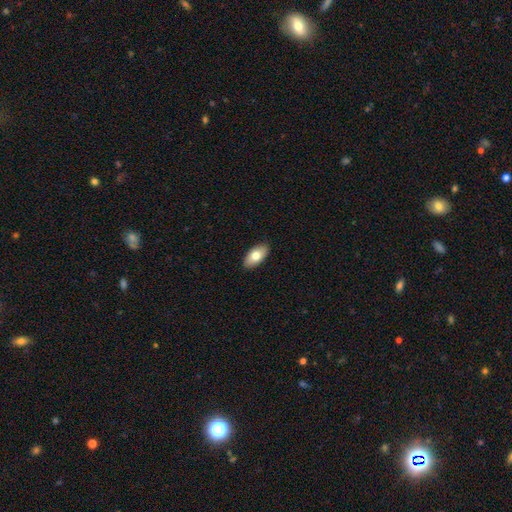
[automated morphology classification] A smooth galaxy with no disk features (76%) that is in between round and cigar-shaped (93%).

Vote fractions:
- Smooth or featured? smooth: 76% / featured or disk: 18% / star or artifact: 6%
- How rounded? in between: 93% / cigar-shaped: 4% / round: 3%
- Merging? none: 90% / minor disturbance: 8% / major disturbance: 2% / merger: 1%